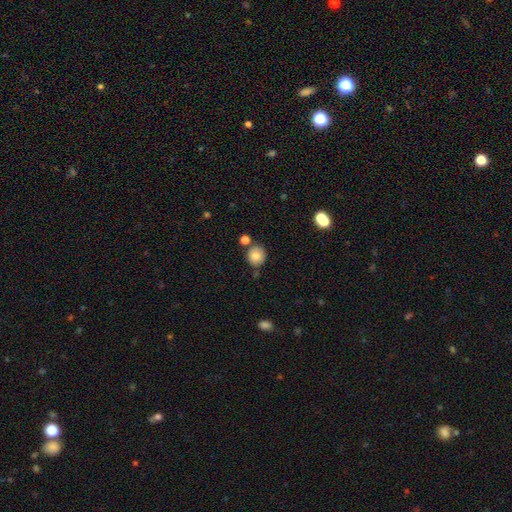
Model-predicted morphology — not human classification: Smooth or featured?
  - smooth: 77% *
  - featured or disk: 12%
  - star or artifact: 10%
How rounded?
  - round: 88% *
  - in between: 11%
  - cigar-shaped: 1%
Merging?
  - none: 76% *
  - minor disturbance: 11%
  - merger: 10%
  - major disturbance: 3%